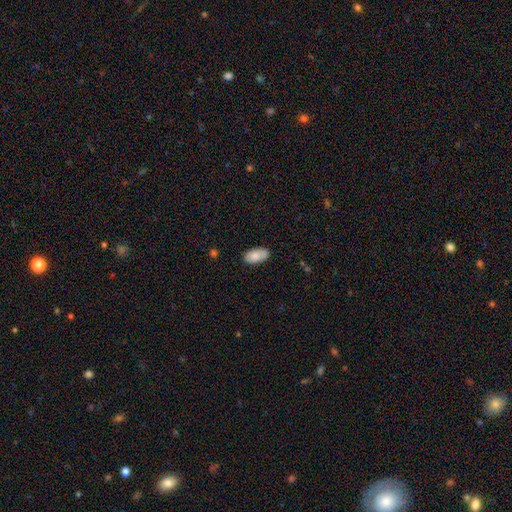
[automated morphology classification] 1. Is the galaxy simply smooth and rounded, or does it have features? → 85% smooth, 9% featured or disk, 6% star or artifact.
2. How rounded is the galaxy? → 95% in between, 3% cigar-shaped, 3% round.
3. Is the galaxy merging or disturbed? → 83% none, 14% minor disturbance, 2% major disturbance, 1% merger.